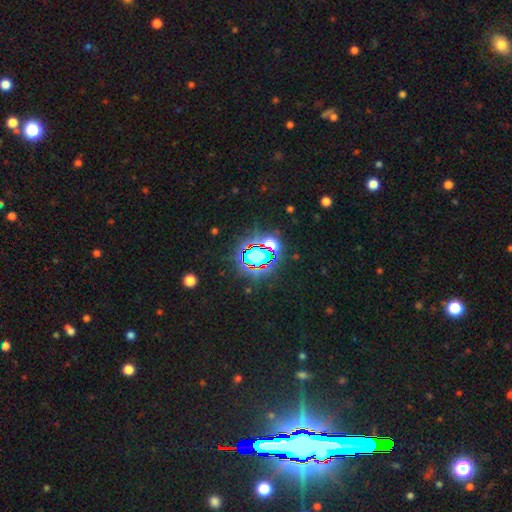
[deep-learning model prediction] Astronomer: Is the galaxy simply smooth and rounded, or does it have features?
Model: star or artifact — 73%.